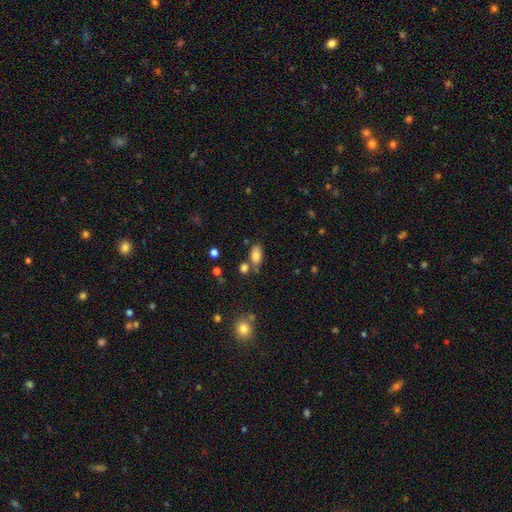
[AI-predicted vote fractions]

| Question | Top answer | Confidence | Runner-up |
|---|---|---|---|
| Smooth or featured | smooth | 82% | star or artifact (9%) |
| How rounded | in between | 90% | cigar-shaped (5%) |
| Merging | none | 65% | merger (17%) |